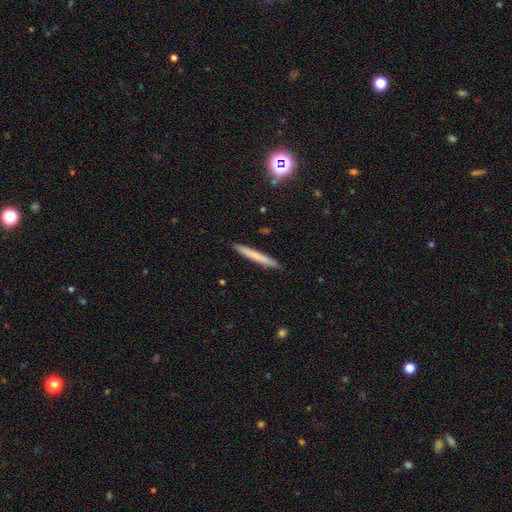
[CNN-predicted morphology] Smooth or featured: smooth — 69% (featured or disk — 24%)
How rounded: cigar-shaped — 96% (in between — 2%)
Merging: none — 91% (minor disturbance — 7%)